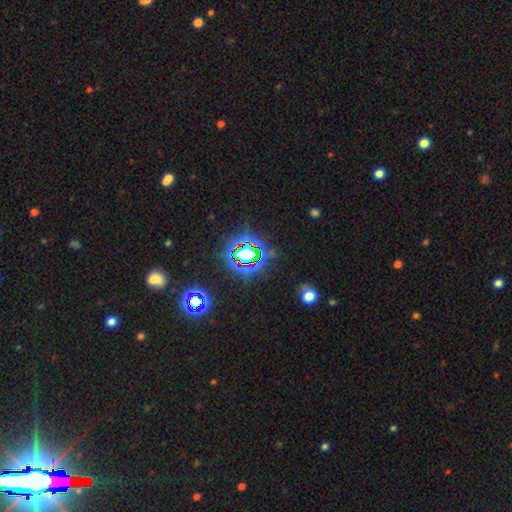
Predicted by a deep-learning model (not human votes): Smooth or featured: star or artifact — 80% (smooth — 12%)